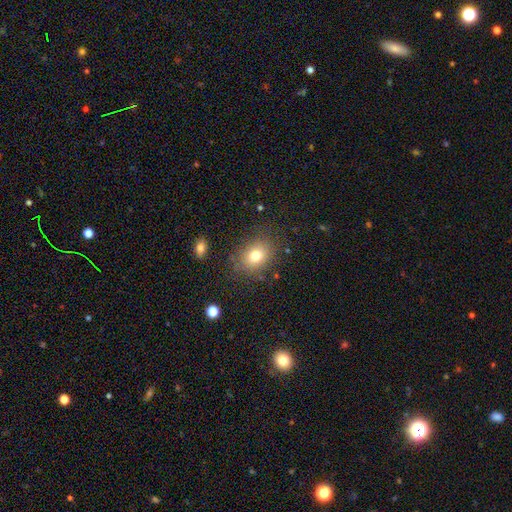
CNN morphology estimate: This appears to be a smooth galaxy with no disk features (77%) that is in between round and cigar-shaped (55%). Merging: none (81%).